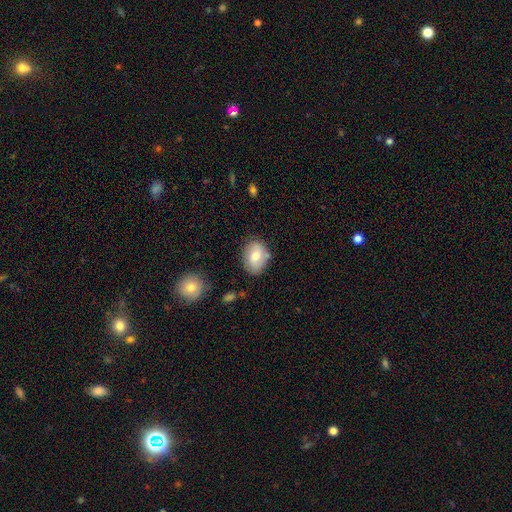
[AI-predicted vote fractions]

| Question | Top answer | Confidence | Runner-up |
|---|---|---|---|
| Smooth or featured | smooth | 72% | featured or disk (20%) |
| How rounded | in between | 69% | round (30%) |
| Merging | none | 75% | minor disturbance (18%) |